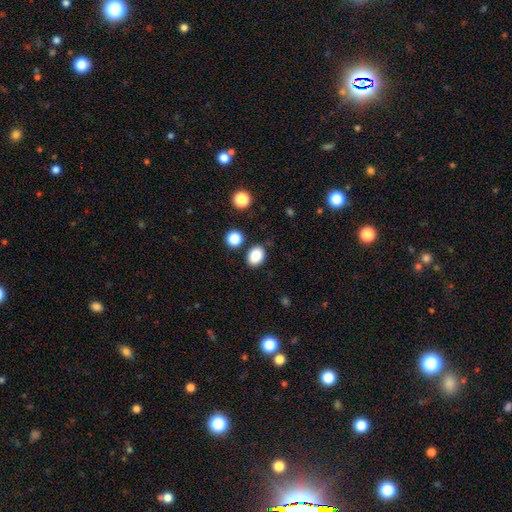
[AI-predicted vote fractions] smooth 87%, star or artifact 9%, featured or disk 4%. Down the decision tree: how rounded — in between (68%); merging — none (82%).